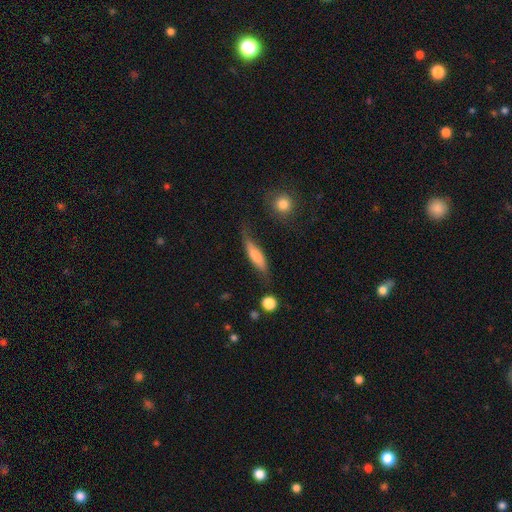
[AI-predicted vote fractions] Overall: smooth (71%). How rounded: cigar-shaped (63%; in between 34%). Merging: none (52%; minor disturbance 31%).